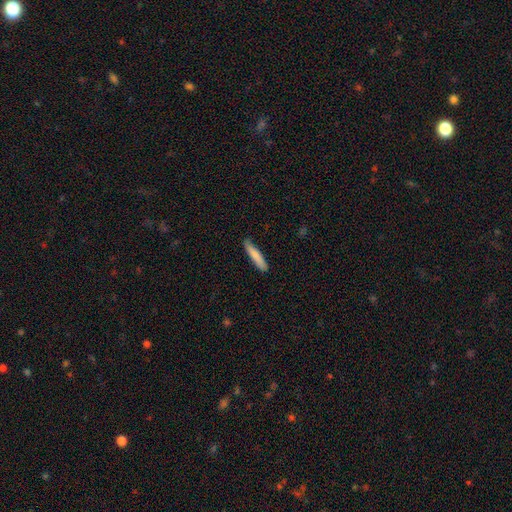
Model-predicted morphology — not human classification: A smooth galaxy with no disk features (81%) that is cigar-shaped (89%). Merging: none (83%).